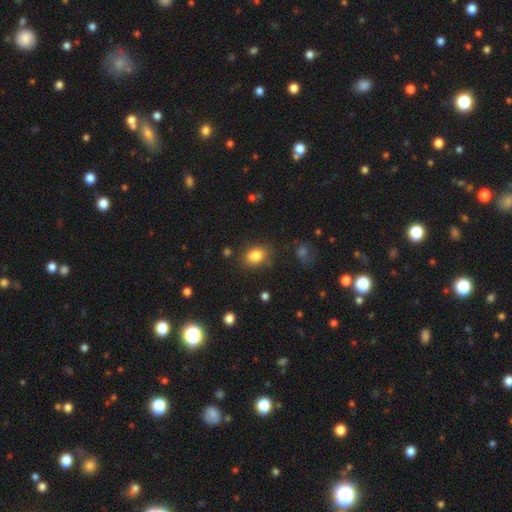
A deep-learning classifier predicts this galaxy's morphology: The model was most divided on "how rounded": in between: 64%, round: 35%, cigar-shaped: 1%. More confident: smooth or featured — smooth (83%); merging — none (79%).